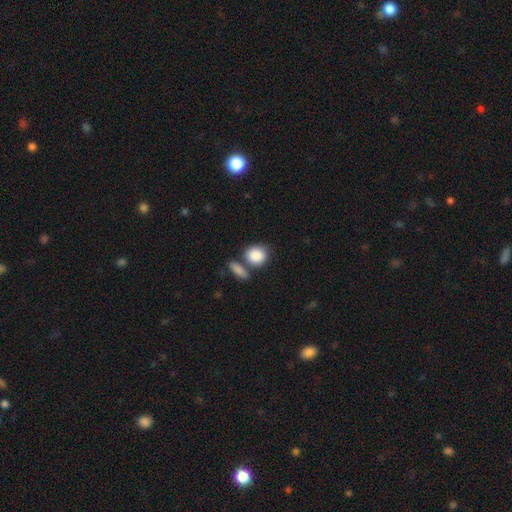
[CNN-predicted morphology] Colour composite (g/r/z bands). It shows a smooth galaxy with no disk features (88%) that is round (62%). Merging: none (54%).